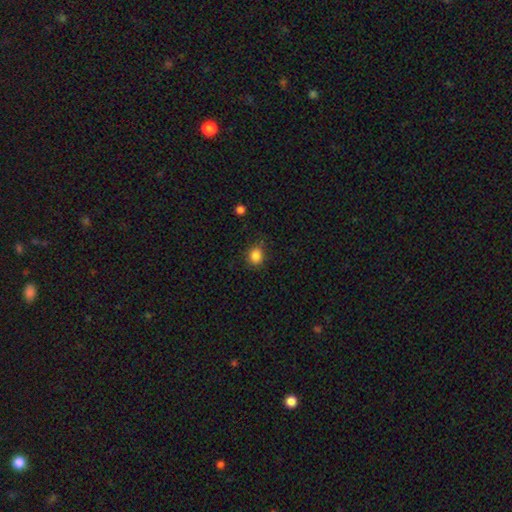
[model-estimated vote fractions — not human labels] The model was most divided on "how rounded": round: 65%, in between: 34%, cigar-shaped: 1%. More confident: smooth or featured — smooth (85%); merging — none (77%).